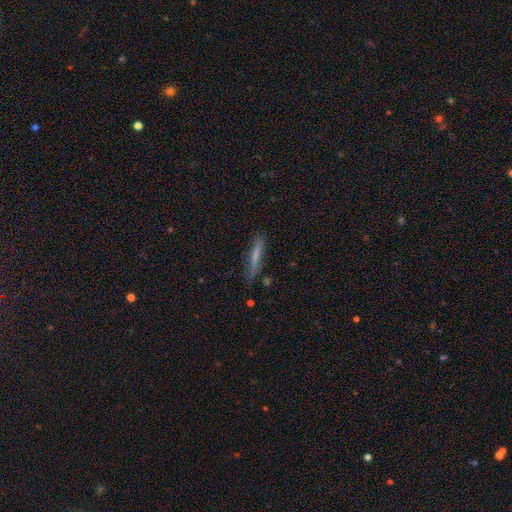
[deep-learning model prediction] Smooth or featured? smooth (60%)
How rounded? cigar-shaped (93%)
Merging? none (78%)